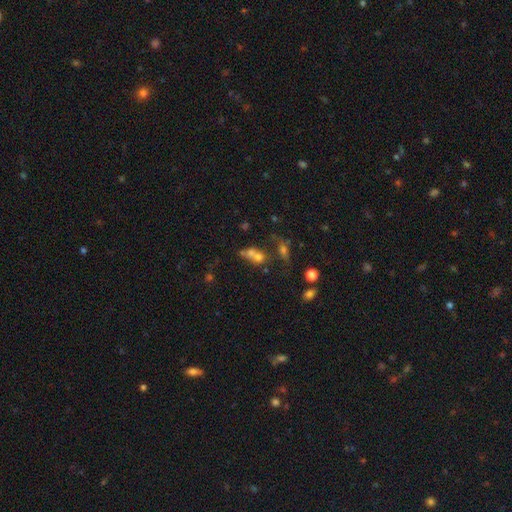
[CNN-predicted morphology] Smooth or featured? smooth (61%)
How rounded? round (60%)
Merging? merger (58%)